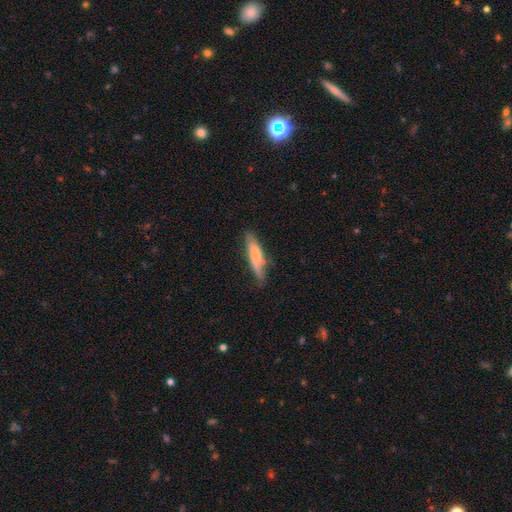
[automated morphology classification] A smooth galaxy with no disk features (67%) that is cigar-shaped (75%).

Vote fractions:
- Smooth or featured? smooth: 67% / featured or disk: 27% / star or artifact: 6%
- How rounded? cigar-shaped: 75% / in between: 23% / round: 2%
- Merging? none: 65% / minor disturbance: 24% / major disturbance: 6% / merger: 5%